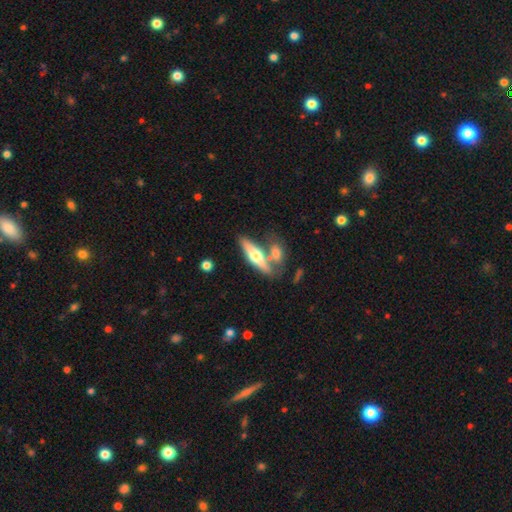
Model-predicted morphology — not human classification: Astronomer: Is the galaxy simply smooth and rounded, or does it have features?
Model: featured or disk — 55% (runner-up: smooth, 40%).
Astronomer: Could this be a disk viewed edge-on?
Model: yes — 91%.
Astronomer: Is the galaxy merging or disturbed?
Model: none — 55% (runner-up: merger, 30%).